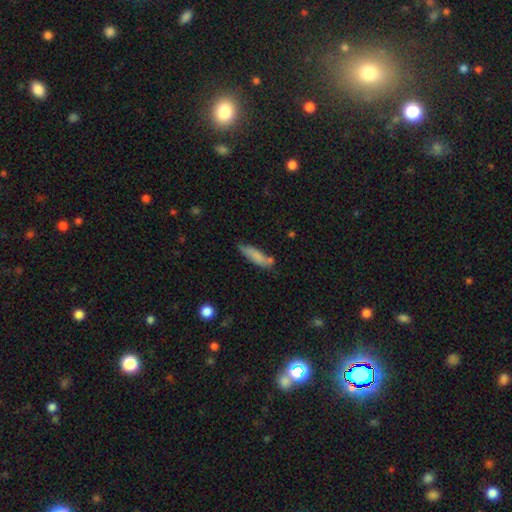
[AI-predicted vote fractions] A smooth galaxy with no disk features (78%) that is cigar-shaped (56%). Merging: none (57%).